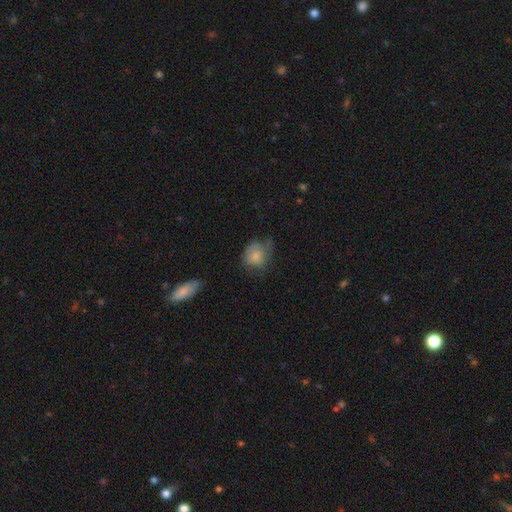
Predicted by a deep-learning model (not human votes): Smooth or featured: smooth — 74% (featured or disk — 17%)
How rounded: round — 66% (in between — 33%)
Merging: none — 42% (minor disturbance — 35%)